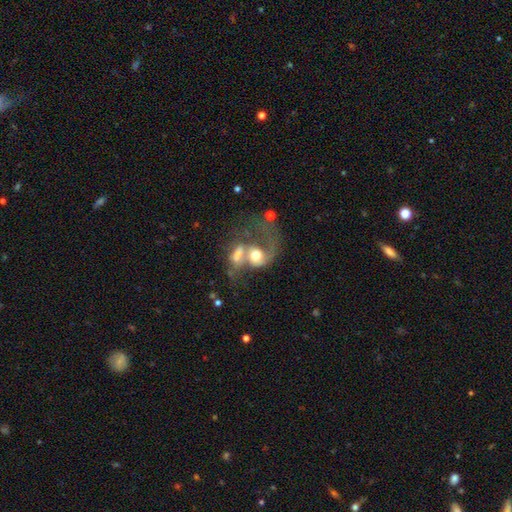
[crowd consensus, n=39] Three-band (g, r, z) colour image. It shows a smooth galaxy with no disk features (54%) that is in between round and cigar-shaped (52%). Merging: merger (63%).